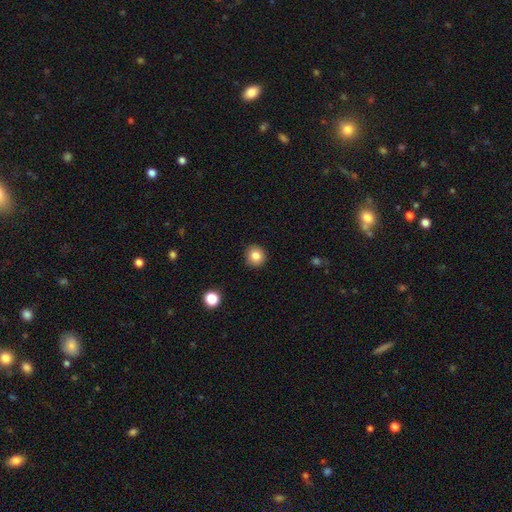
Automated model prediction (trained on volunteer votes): A smooth galaxy with no disk features (84%) that is round (91%). Merging: none (91%).